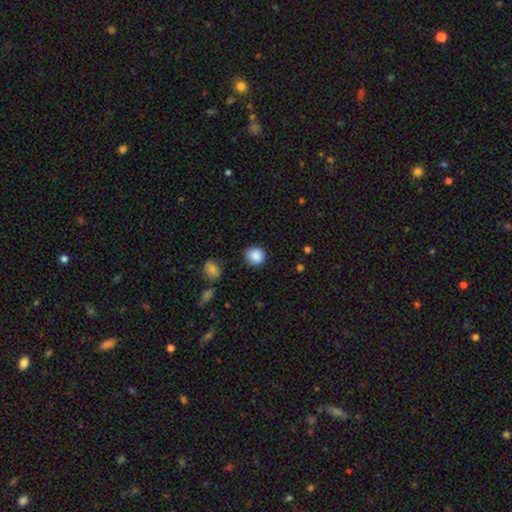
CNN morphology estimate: This appears to be a smooth galaxy with no disk features (88%) that is round (88%). Merging: none (86%).